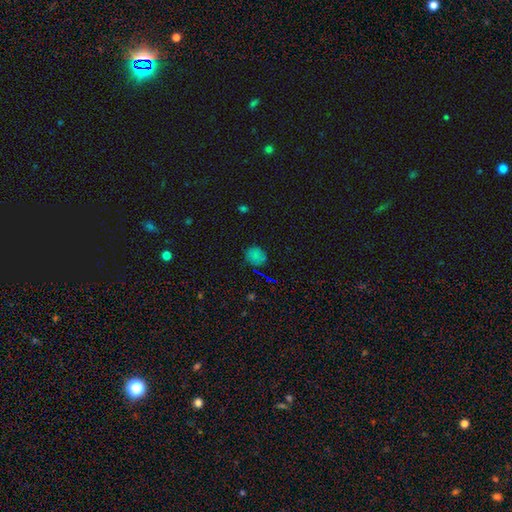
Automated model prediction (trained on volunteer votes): A smooth galaxy with no disk features (71%) that is round (82%). Merging: none (83%).